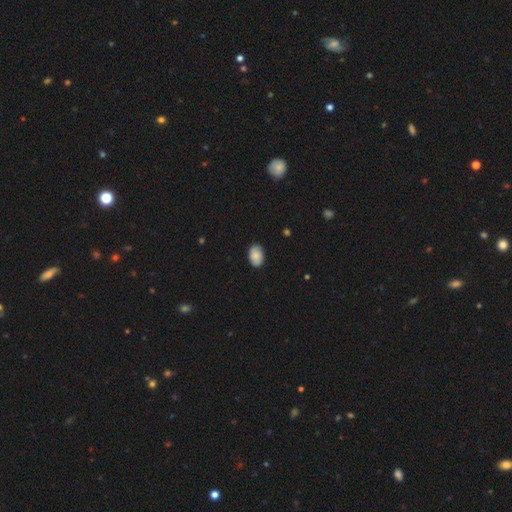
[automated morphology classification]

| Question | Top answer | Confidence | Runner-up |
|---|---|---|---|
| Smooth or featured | smooth | 83% | featured or disk (9%) |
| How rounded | in between | 87% | round (12%) |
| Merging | none | 85% | minor disturbance (12%) |